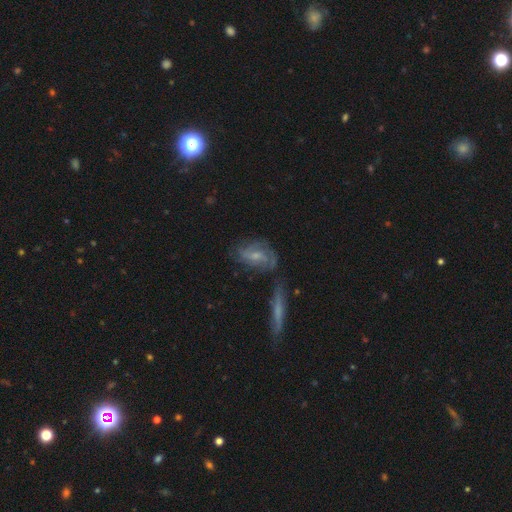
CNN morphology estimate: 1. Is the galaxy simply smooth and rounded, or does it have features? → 63% featured or disk, 29% smooth, 8% star or artifact.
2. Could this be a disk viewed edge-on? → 90% no, 10% yes.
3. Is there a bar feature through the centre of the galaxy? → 45% weak, 43% no, 12% strong.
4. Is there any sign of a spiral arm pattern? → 81% yes, 19% no.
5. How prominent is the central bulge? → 50% small, 34% moderate, 12% none, 3% large, 1% dominant.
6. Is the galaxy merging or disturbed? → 59% none, 22% minor disturbance, 12% major disturbance, 7% merger.